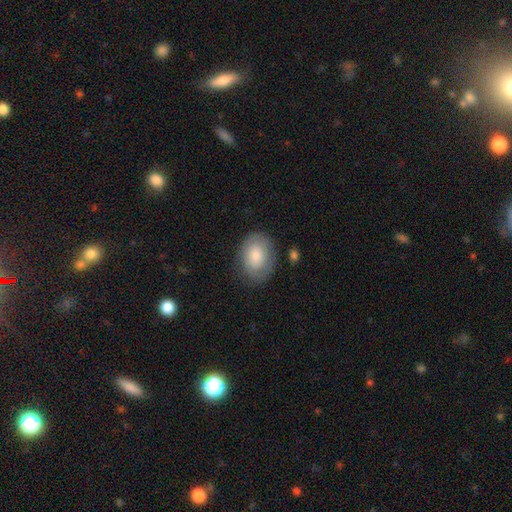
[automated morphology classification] This is likely a smooth galaxy (77%). How rounded: likely in between (67%). Merging: likely none (76%).